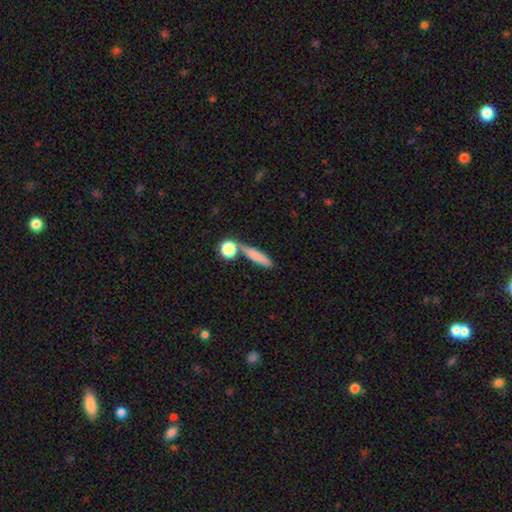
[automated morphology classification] smooth-or-featured: smooth: 75% | featured or disk: 16% | star or artifact: 9%
  how-rounded: cigar-shaped: 67% | in between: 22% | round: 11%
  merging: none: 62% | merger: 20% | minor disturbance: 13% | major disturbance: 5%